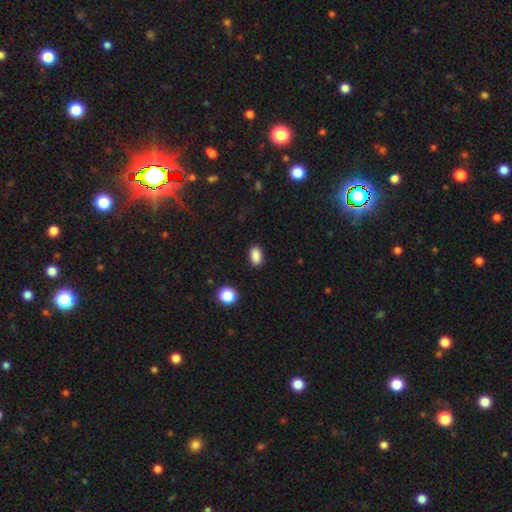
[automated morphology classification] Smooth or featured? smooth (88%)
How rounded? in between (88%)
Merging? none (89%)